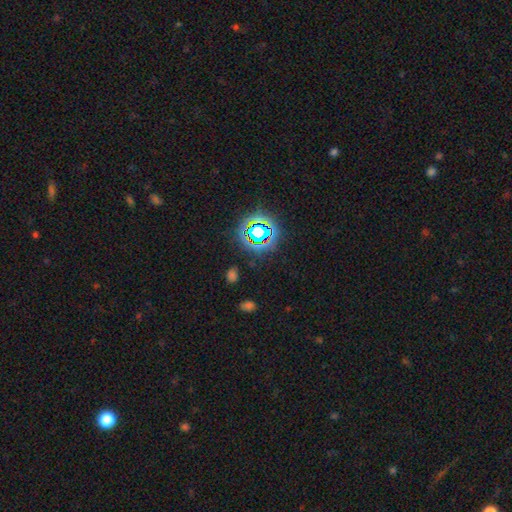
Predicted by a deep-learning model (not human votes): The model was most divided on "smooth or featured": star or artifact: 78%, smooth: 15%, featured or disk: 7%.